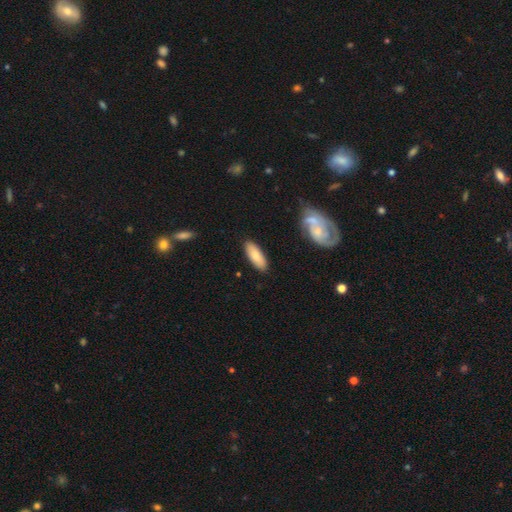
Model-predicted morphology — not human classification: A smooth galaxy with no disk features (78%) that is in between round and cigar-shaped (68%).

Vote fractions:
- Smooth or featured? smooth: 78% / featured or disk: 16% / star or artifact: 6%
- How rounded? in between: 68% / cigar-shaped: 31% / round: 2%
- Merging? none: 85% / minor disturbance: 10% / merger: 2% / major disturbance: 2%